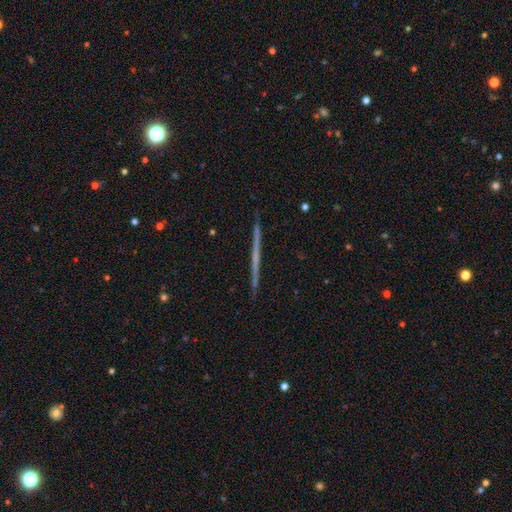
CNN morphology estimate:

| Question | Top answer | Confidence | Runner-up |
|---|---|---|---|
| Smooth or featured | featured or disk | 62% | smooth (31%) |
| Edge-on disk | yes | 98% | no (2%) |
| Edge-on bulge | none | 88% | rounded (9%) |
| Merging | none | 93% | minor disturbance (5%) |